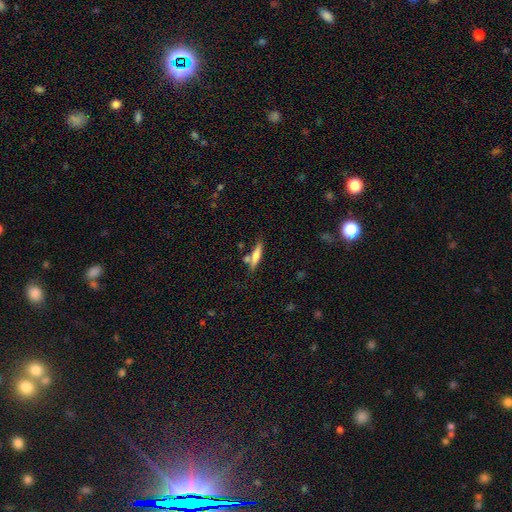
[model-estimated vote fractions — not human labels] This is possibly a smooth galaxy (60%). How rounded: clearly cigar-shaped (82%). Merging: likely none (69%).